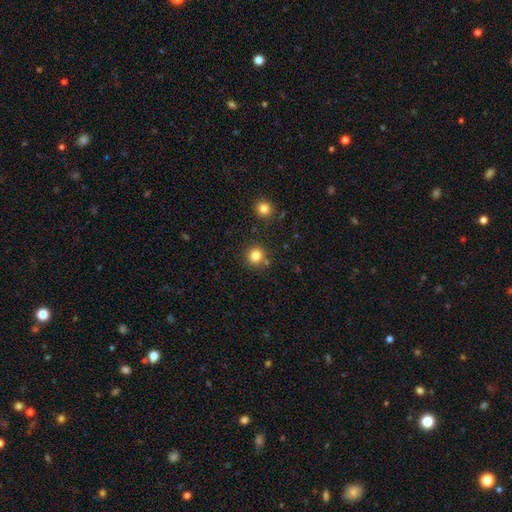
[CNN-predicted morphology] smooth_or_featured: smooth (p=0.83) [alt: star or artifact p=0.12]
how_rounded: round (p=0.92) [alt: in between p=0.07]
merging: none (p=0.84) [alt: minor disturbance p=0.07]